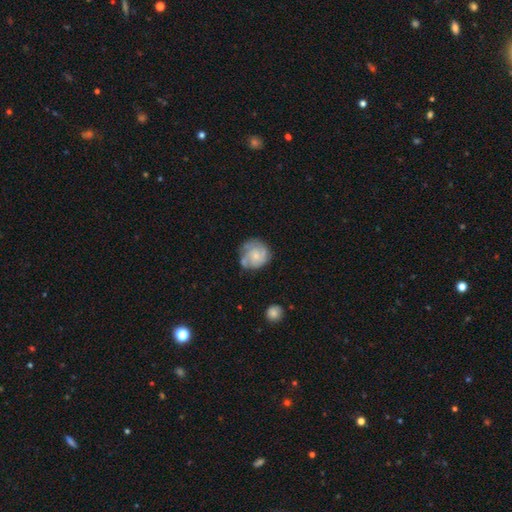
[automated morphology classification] Smooth or featured?
  - featured or disk: 53% *
  - smooth: 40%
  - star or artifact: 7%
Edge-on disk?
  - no: 98% *
  - yes: 2%
Bar?
  - no: 77% *
  - weak: 21%
  - strong: 3%
Spiral arms?
  - yes: 78% *
  - no: 22%
Bulge size?
  - small: 63% *
  - moderate: 24%
  - none: 10%
  - large: 2%
  - dominant: 1%
Merging?
  - none: 57% *
  - minor disturbance: 26%
  - major disturbance: 10%
  - merger: 7%